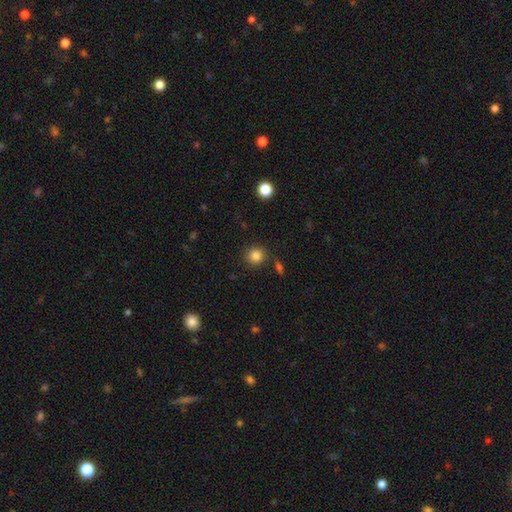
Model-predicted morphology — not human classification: type=smooth (85%); roundness=round (86%); merging=none (83%).